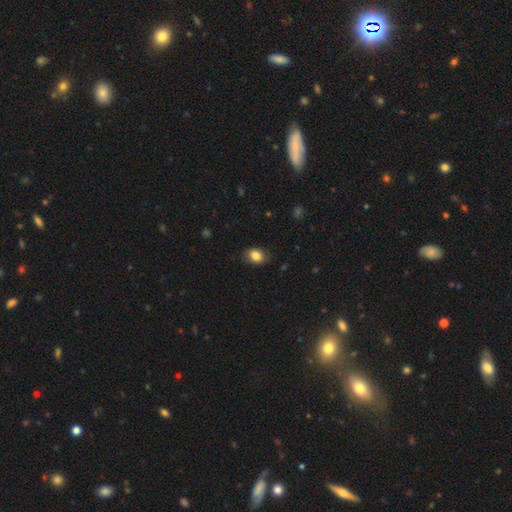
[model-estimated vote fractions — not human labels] Smooth or featured: smooth — 85% (star or artifact — 9%)
How rounded: in between — 67% (round — 32%)
Merging: none — 81% (minor disturbance — 15%)